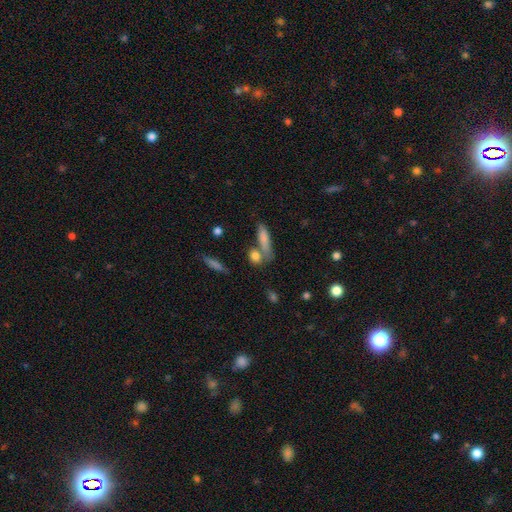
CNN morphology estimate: smooth_or_featured: smooth (p=0.78) [alt: featured or disk p=0.12]
how_rounded: in between (p=0.40) [alt: cigar-shaped p=0.32]
merging: none (p=0.57) [alt: merger p=0.26]